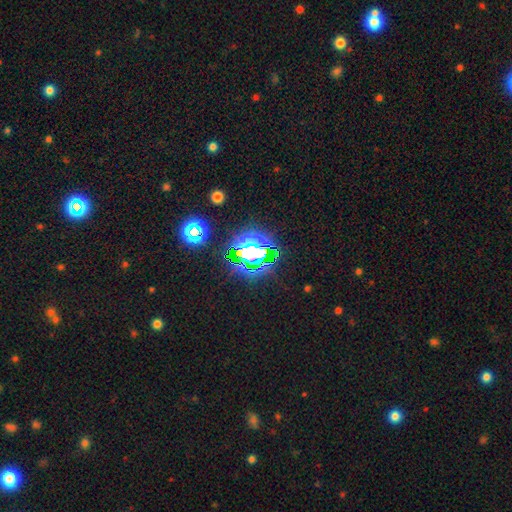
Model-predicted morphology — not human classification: Smooth or featured? Predicted: star or artifact (p=0.74).